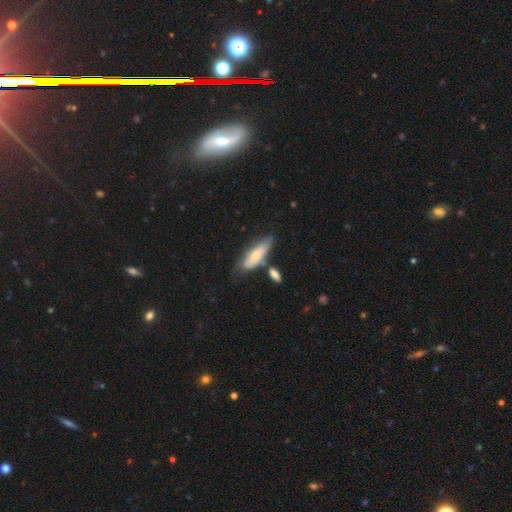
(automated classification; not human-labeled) Q: Smooth or featured?
A: smooth (64%); runner-up: featured or disk (31%)
Q: How rounded?
A: in between (59%); runner-up: cigar-shaped (39%)
Q: Merging?
A: none (52%); runner-up: minor disturbance (24%)